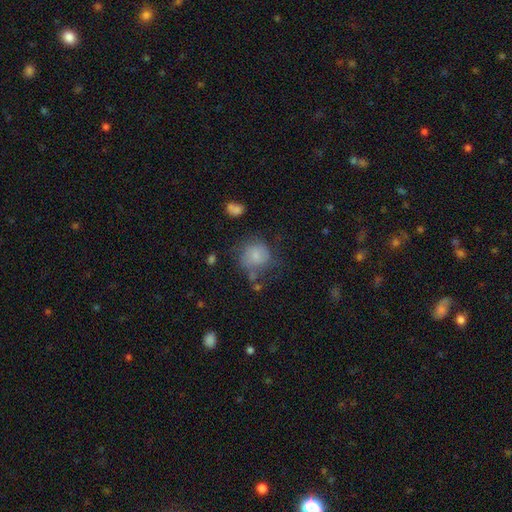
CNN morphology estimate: smooth_or_featured: smooth (p=0.69) [alt: featured or disk p=0.21]
how_rounded: round (p=0.80) [alt: in between p=0.20]
merging: none (p=0.48) [alt: minor disturbance p=0.26]